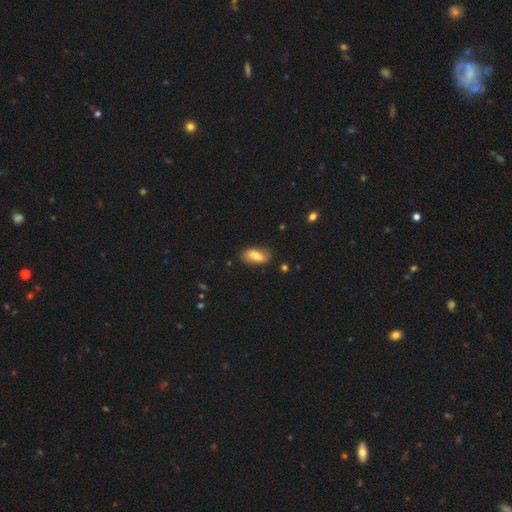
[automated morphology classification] Smooth or featured?
  - smooth: 71% *
  - featured or disk: 22%
  - star or artifact: 7%
How rounded?
  - in between: 88% *
  - cigar-shaped: 8%
  - round: 4%
Merging?
  - none: 76% *
  - minor disturbance: 19%
  - major disturbance: 4%
  - merger: 2%